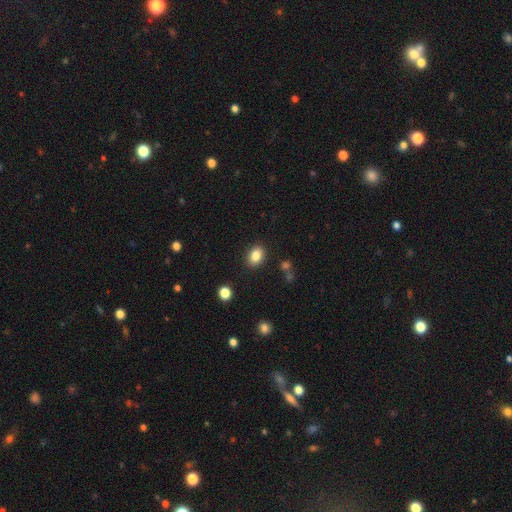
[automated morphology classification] The model was most divided on "how rounded": in between: 68%, round: 30%, cigar-shaped: 1%. More confident: merging — none (87%); smooth or featured — smooth (84%).